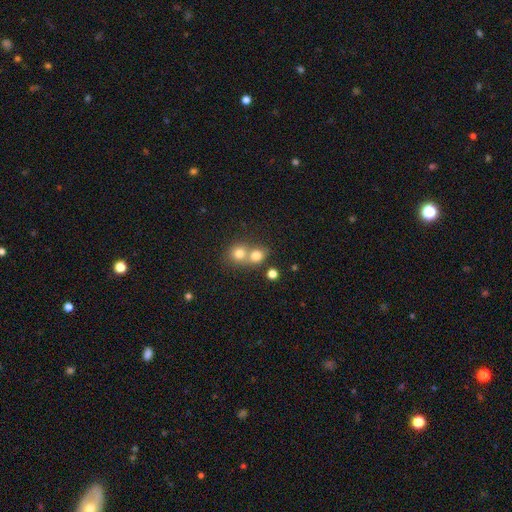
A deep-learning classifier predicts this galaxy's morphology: This appears to be a smooth galaxy with no disk features (76%) that is round (76%). Merging: merger (57%).